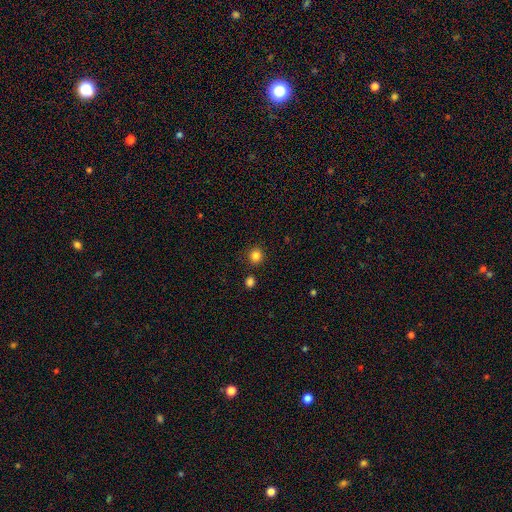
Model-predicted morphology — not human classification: smooth 84%, star or artifact 12%, featured or disk 4%. Down the decision tree: how rounded — round (91%); merging — none (88%).